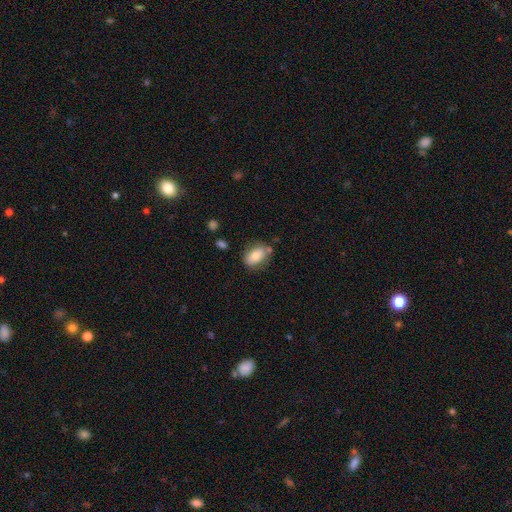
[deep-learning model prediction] smooth-or-featured: smooth: 76% | featured or disk: 16% | star or artifact: 8%
  how-rounded: in between: 85% | round: 13% | cigar-shaped: 2%
  merging: none: 71% | minor disturbance: 17% | merger: 7% | major disturbance: 4%